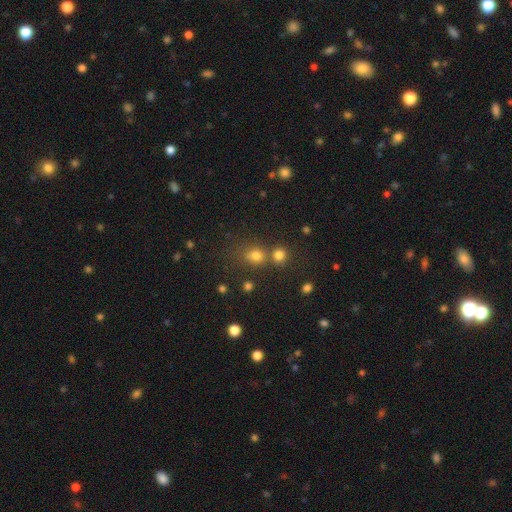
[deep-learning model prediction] This appears to be a smooth galaxy with no disk features (73%) that is round (72%). Merging: none (51%).